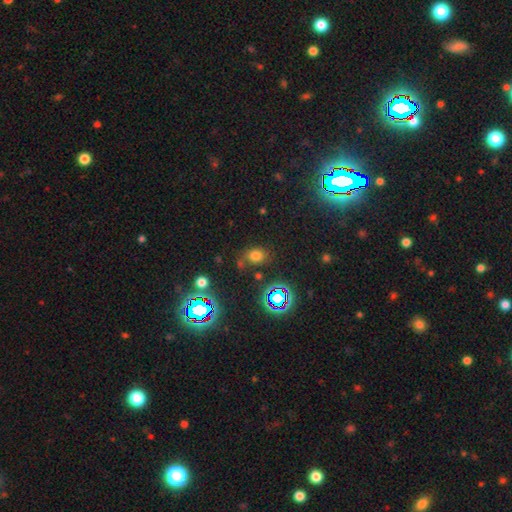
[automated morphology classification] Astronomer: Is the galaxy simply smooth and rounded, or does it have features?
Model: smooth — 63%.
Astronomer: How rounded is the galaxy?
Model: round — 58% (runner-up: in between, 41%).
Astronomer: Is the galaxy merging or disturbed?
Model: none — 73%.